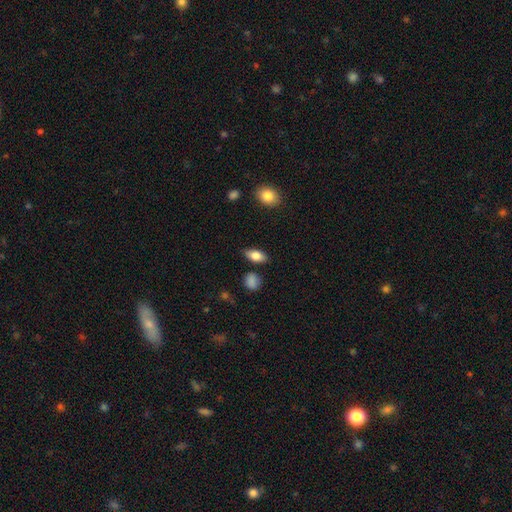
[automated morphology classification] Smooth or featured? Predicted: smooth (p=0.82). How rounded? Predicted: in between (p=0.87). Merging? Predicted: none (p=0.81).